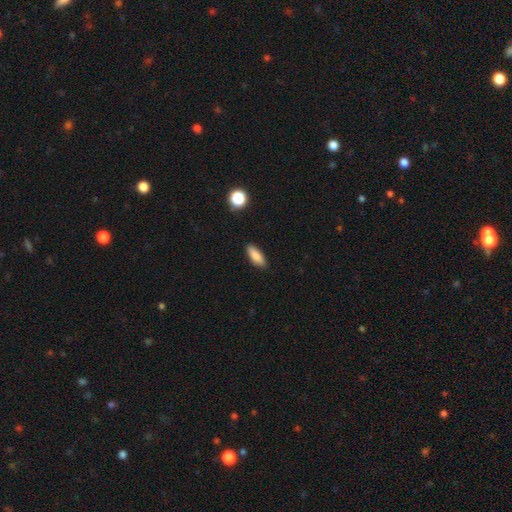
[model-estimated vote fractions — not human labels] A smooth galaxy with no disk features (85%) that is in between round and cigar-shaped (67%).

Vote fractions:
- Smooth or featured? smooth: 85% / featured or disk: 8% / star or artifact: 7%
- How rounded? in between: 67% / cigar-shaped: 30% / round: 2%
- Merging? none: 87% / minor disturbance: 10% / major disturbance: 2% / merger: 1%